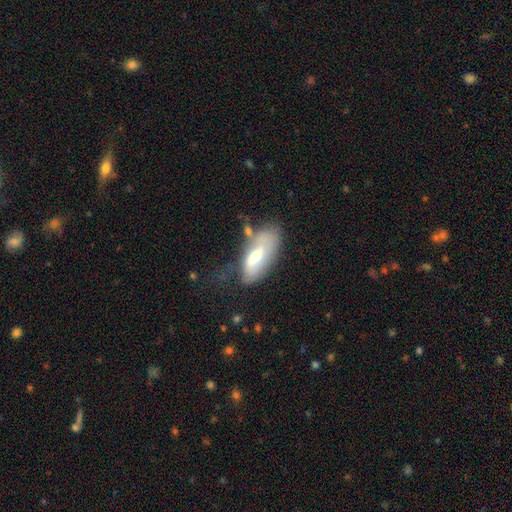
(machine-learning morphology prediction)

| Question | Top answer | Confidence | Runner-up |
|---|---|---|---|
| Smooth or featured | smooth | 49% | featured or disk (44%) |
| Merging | none | 47% | minor disturbance (29%) |